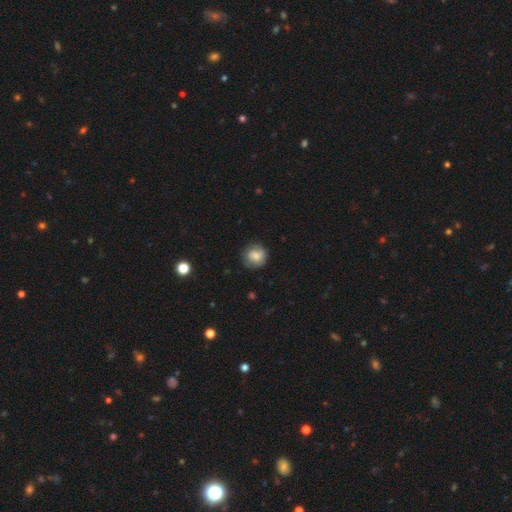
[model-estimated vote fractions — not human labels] Smooth or featured: smooth — 75% (featured or disk — 17%)
How rounded: round — 87% (in between — 12%)
Merging: none — 77% (minor disturbance — 17%)